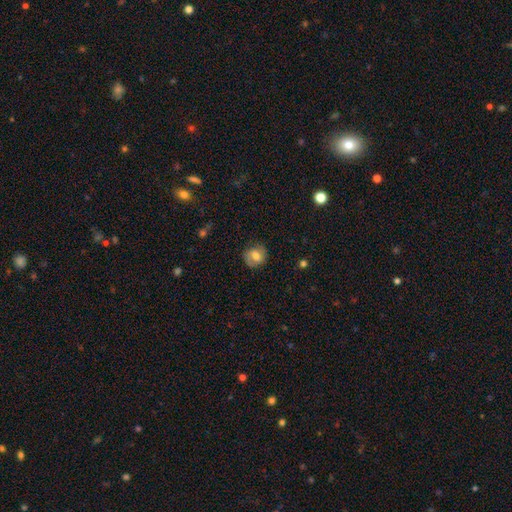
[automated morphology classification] A smooth galaxy with no disk features (55%) that is round (73%).

Vote fractions:
- Smooth or featured? smooth: 55% / featured or disk: 36% / star or artifact: 9%
- How rounded? round: 73% / in between: 26% / cigar-shaped: 1%
- Merging? none: 77% / minor disturbance: 16% / major disturbance: 6% / merger: 1%